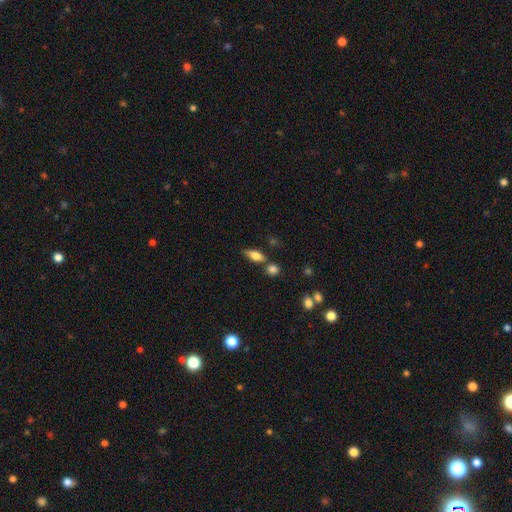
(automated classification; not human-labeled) smooth_or_featured: smooth (p=0.68) [alt: featured or disk p=0.24]
how_rounded: in between (p=0.71) [alt: cigar-shaped p=0.22]
merging: none (p=0.63) [alt: minor disturbance p=0.16]